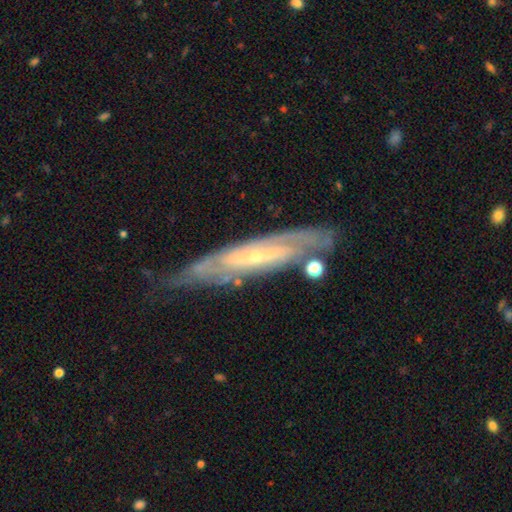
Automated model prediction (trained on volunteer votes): Smooth or featured?
  - featured or disk: 82% *
  - smooth: 12%
  - star or artifact: 6%
Edge-on disk?
  - no: 63% *
  - yes: 37%
Bar?
  - no: 36% *
  - weak: 35%
  - strong: 29%
Spiral arms?
  - yes: 88% *
  - no: 12%
Bulge size?
  - small: 74% *
  - moderate: 21%
  - none: 2%
  - large: 1%
  - dominant: 1%
Merging?
  - none: 65% *
  - minor disturbance: 23%
  - major disturbance: 8%
  - merger: 4%